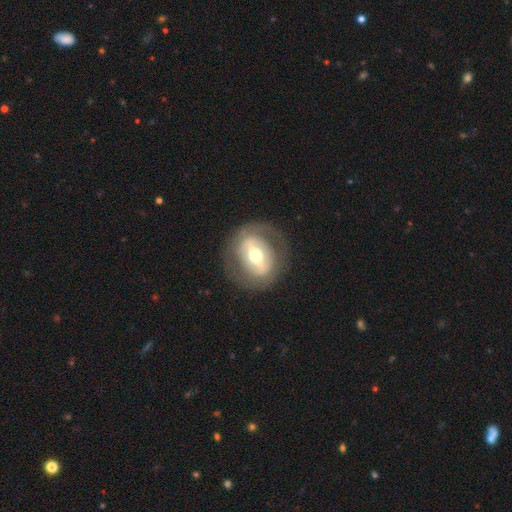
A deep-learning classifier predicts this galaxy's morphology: Smooth or featured?
  - featured or disk: 64% *
  - smooth: 29%
  - star or artifact: 6%
Edge-on disk?
  - no: 92% *
  - yes: 8%
Bar?
  - strong: 49% *
  - weak: 29%
  - no: 22%
Spiral arms?
  - no: 71% *
  - yes: 29%
Bulge size?
  - moderate: 69% *
  - small: 15%
  - large: 13%
  - dominant: 1%
  - none: 1%
Merging?
  - none: 79% *
  - minor disturbance: 12%
  - major disturbance: 8%
  - merger: 1%